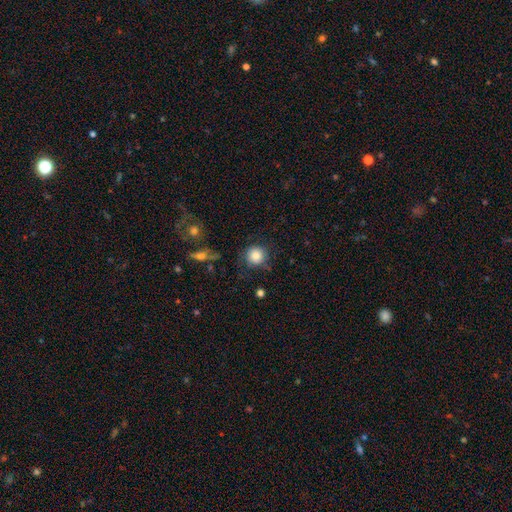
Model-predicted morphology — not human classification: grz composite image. It shows a smooth galaxy with no disk features (83%) that is round (92%). Merging: none (75%).